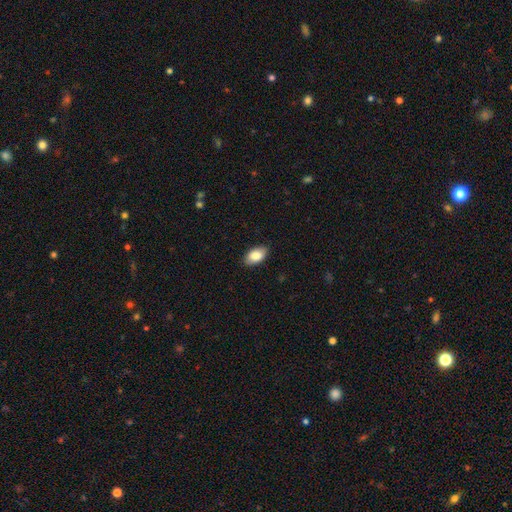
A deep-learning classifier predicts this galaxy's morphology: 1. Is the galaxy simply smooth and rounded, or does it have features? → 86% smooth, 8% featured or disk, 6% star or artifact.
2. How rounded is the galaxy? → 94% in between, 4% round, 2% cigar-shaped.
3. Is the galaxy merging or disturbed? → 88% none, 9% minor disturbance, 2% major disturbance, 1% merger.